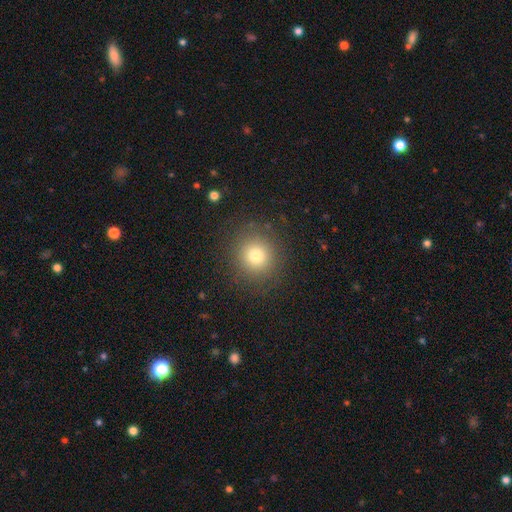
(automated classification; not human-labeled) Smooth or featured?
  - smooth: 76% *
  - star or artifact: 14%
  - featured or disk: 9%
How rounded?
  - round: 90% *
  - in between: 9%
  - cigar-shaped: 1%
Merging?
  - none: 88% *
  - minor disturbance: 7%
  - major disturbance: 4%
  - merger: 1%